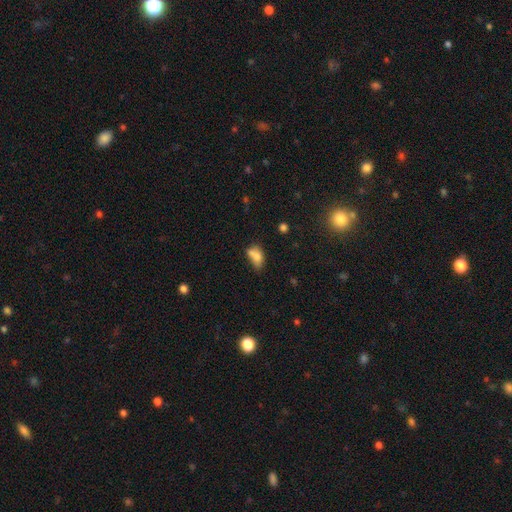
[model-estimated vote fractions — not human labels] Smooth or featured? smooth (74%)
How rounded? in between (81%)
Merging? merger (38%)